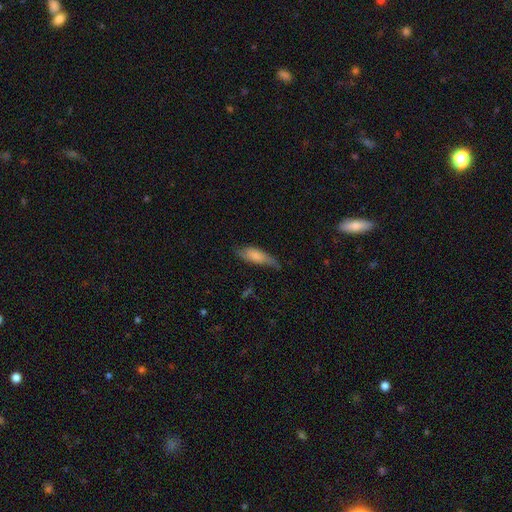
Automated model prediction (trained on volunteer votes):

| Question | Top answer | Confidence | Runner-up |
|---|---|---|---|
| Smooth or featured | smooth | 63% | featured or disk (30%) |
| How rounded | in between | 59% | cigar-shaped (39%) |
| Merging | none | 53% | minor disturbance (34%) |